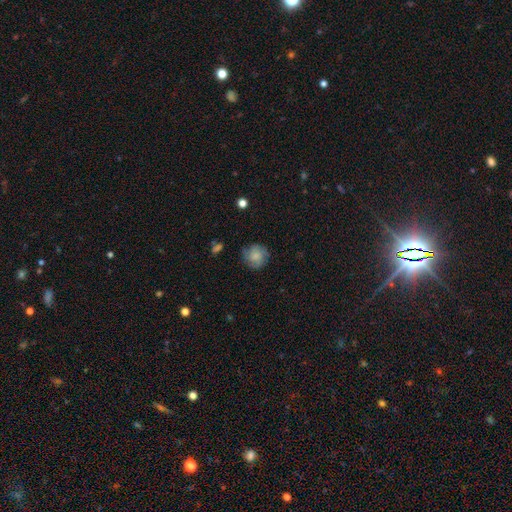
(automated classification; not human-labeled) smooth_or_featured: smooth (p=0.58) [alt: featured or disk p=0.33]
how_rounded: round (p=0.87) [alt: in between p=0.12]
merging: none (p=0.75) [alt: minor disturbance p=0.18]